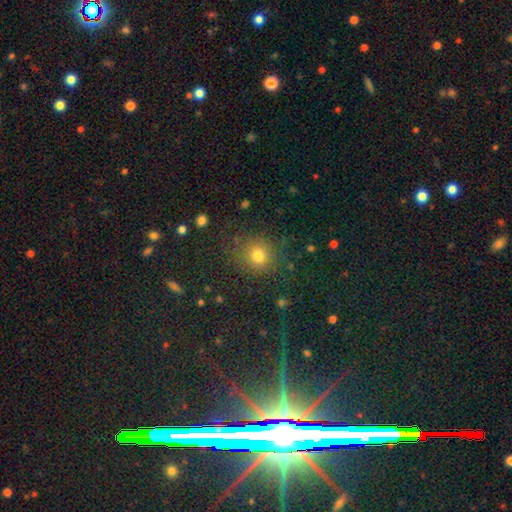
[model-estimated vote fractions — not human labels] A smooth galaxy with no disk features (66%) that is round (89%). Merging: none (86%).